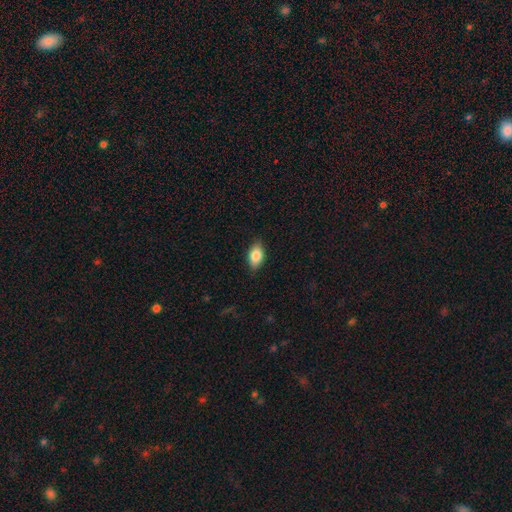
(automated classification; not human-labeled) A smooth galaxy with no disk features (83%) that is in between round and cigar-shaped (89%).

Vote fractions:
- Smooth or featured? smooth: 83% / featured or disk: 10% / star or artifact: 7%
- How rounded? in between: 89% / round: 7% / cigar-shaped: 4%
- Merging? none: 84% / minor disturbance: 13% / major disturbance: 2% / merger: 1%